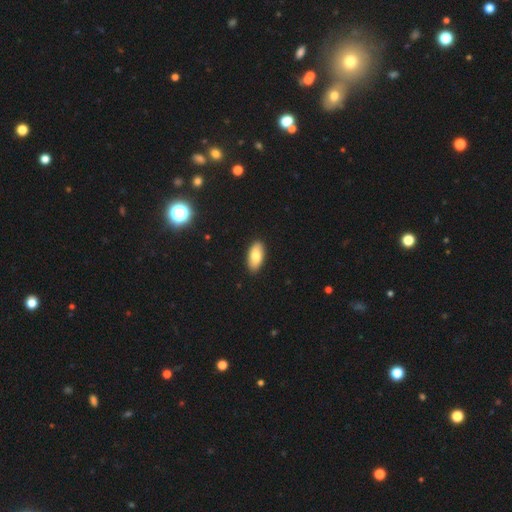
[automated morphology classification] The model was most divided on "smooth or featured": smooth: 80%, featured or disk: 13%, star or artifact: 7%. More confident: how rounded — in between (92%); merging — none (90%).